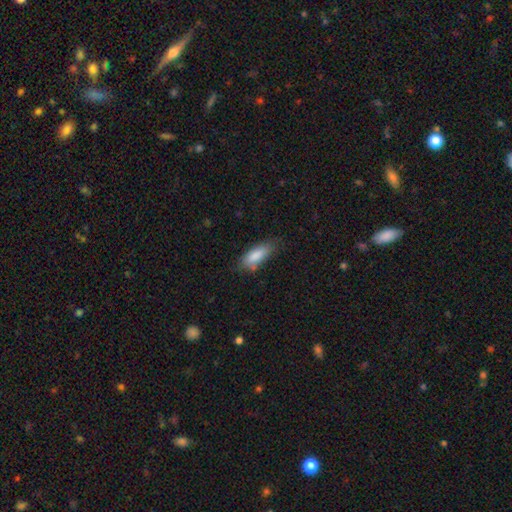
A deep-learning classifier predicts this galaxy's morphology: smooth 85%, featured or disk 9%, star or artifact 6%. Down the decision tree: how rounded — in between (70%); merging — none (67%).